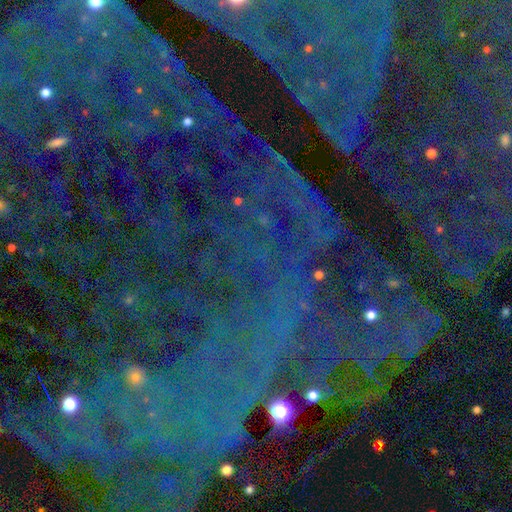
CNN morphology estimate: Smooth or featured: star or artifact — 86% (featured or disk — 7%)